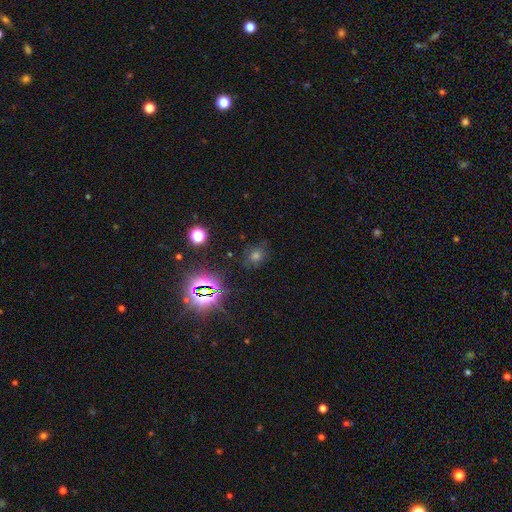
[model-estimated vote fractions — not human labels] The model was most divided on "smooth or featured" (2-way tie): smooth: 45%, star or artifact: 45%, featured or disk: 10%. More confident: merging — none (81%).